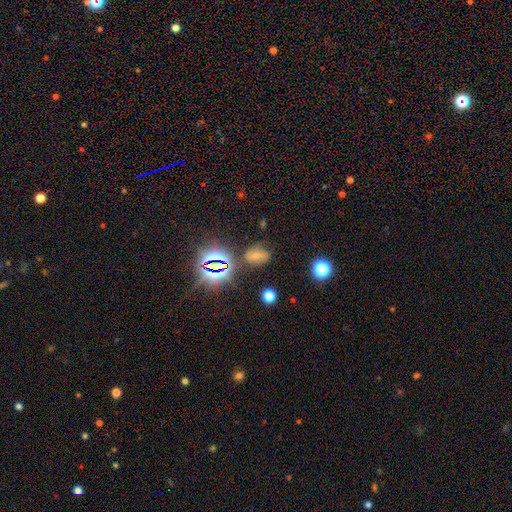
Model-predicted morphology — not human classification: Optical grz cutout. It shows a smooth galaxy with no disk features (41%). Merging: none (64%).